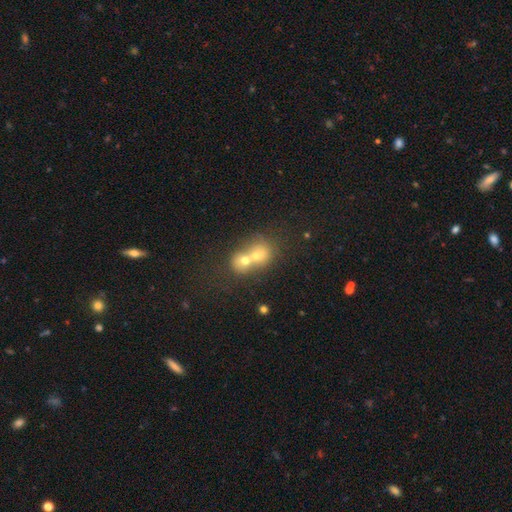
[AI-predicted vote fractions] smooth-or-featured: smooth: 60% | featured or disk: 24% | star or artifact: 17%
  how-rounded: round: 58% | in between: 40% | cigar-shaped: 2%
  merging: merger: 71% | none: 20% | minor disturbance: 5% | major disturbance: 4%